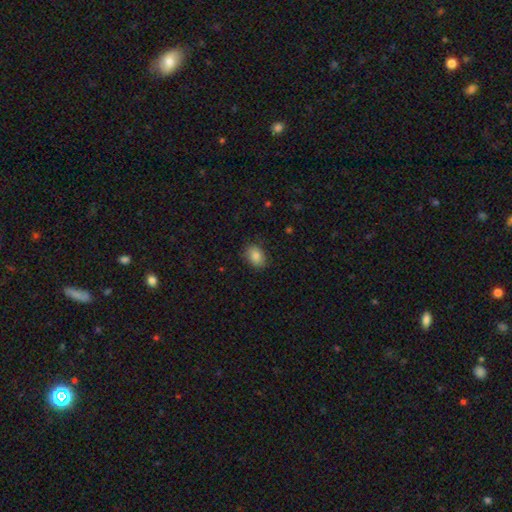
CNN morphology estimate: Q: Smooth or featured?
A: smooth (86%); runner-up: star or artifact (8%)
Q: How rounded?
A: in between (75%); runner-up: round (24%)
Q: Merging?
A: none (84%); runner-up: minor disturbance (12%)